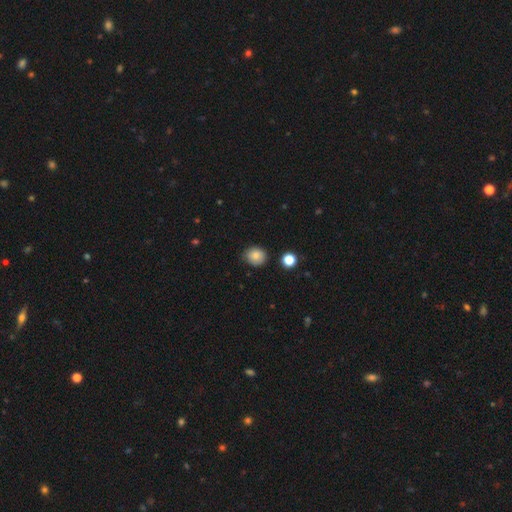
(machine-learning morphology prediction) smooth_or_featured: smooth (p=0.83) [alt: star or artifact p=0.10]
how_rounded: round (p=0.73) [alt: in between p=0.26]
merging: none (p=0.79) [alt: minor disturbance p=0.16]